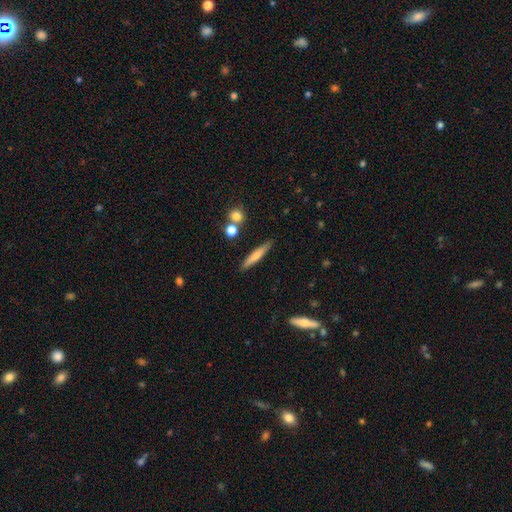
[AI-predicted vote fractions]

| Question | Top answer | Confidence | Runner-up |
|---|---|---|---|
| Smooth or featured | smooth | 59% | featured or disk (34%) |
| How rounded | cigar-shaped | 91% | in between (7%) |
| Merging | none | 84% | minor disturbance (10%) |